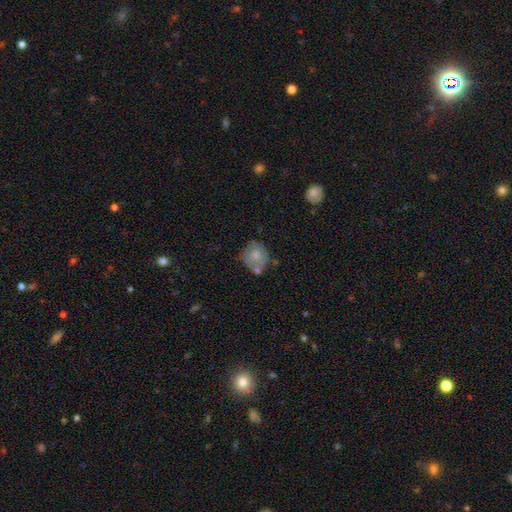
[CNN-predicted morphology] smooth 74%, featured or disk 18%, star or artifact 8%. Down the decision tree: how rounded — round (81%); merging — none (56%).